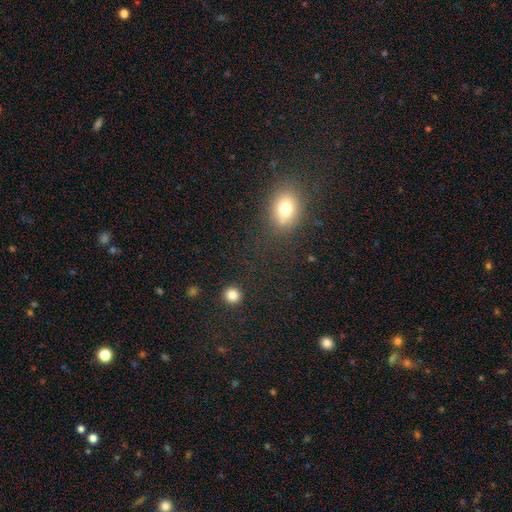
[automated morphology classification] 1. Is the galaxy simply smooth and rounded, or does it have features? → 62% smooth, 31% star or artifact, 7% featured or disk.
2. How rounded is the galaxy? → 52% round, 45% in between, 3% cigar-shaped.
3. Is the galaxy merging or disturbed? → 84% none, 10% minor disturbance, 4% major disturbance, 2% merger.